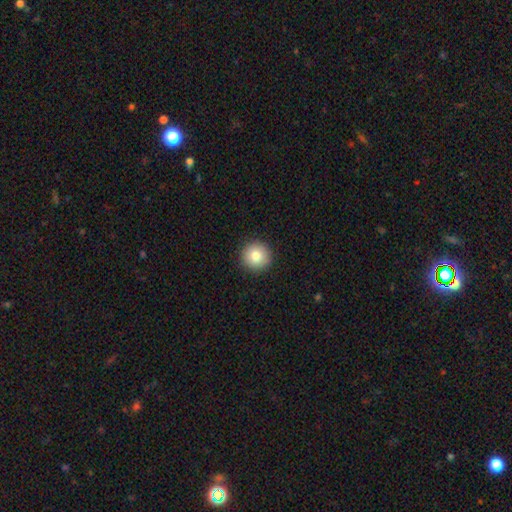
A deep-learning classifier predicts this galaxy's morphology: A smooth galaxy with no disk features (82%) that is round (95%).

Vote fractions:
- Smooth or featured? smooth: 82% / star or artifact: 9% / featured or disk: 9%
- How rounded? round: 95% / in between: 4% / cigar-shaped: 1%
- Merging? none: 92% / minor disturbance: 5% / major disturbance: 2% / merger: 1%